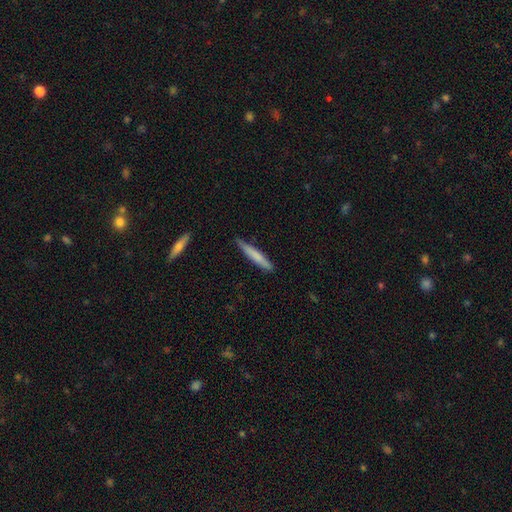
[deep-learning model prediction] smooth_or_featured: smooth (p=0.72) [alt: featured or disk p=0.22]
how_rounded: cigar-shaped (p=0.94) [alt: in between p=0.05]
merging: none (p=0.81) [alt: minor disturbance p=0.15]